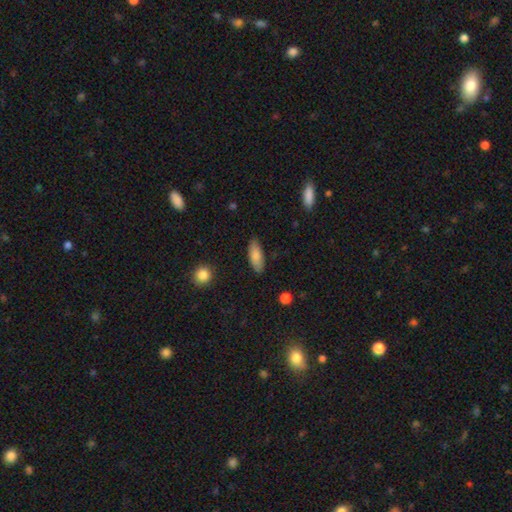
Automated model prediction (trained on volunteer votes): This appears to be a smooth galaxy with no disk features (84%) that is in between round and cigar-shaped (73%). Merging: none (86%).